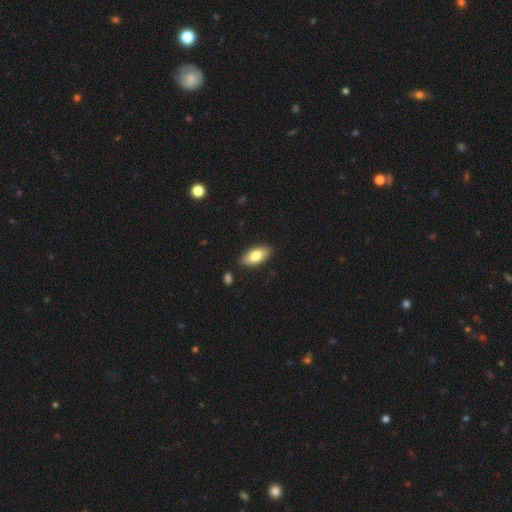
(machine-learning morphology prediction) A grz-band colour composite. It shows a smooth galaxy with no disk features (78%) that is in between round and cigar-shaped (90%). Merging: none (87%).